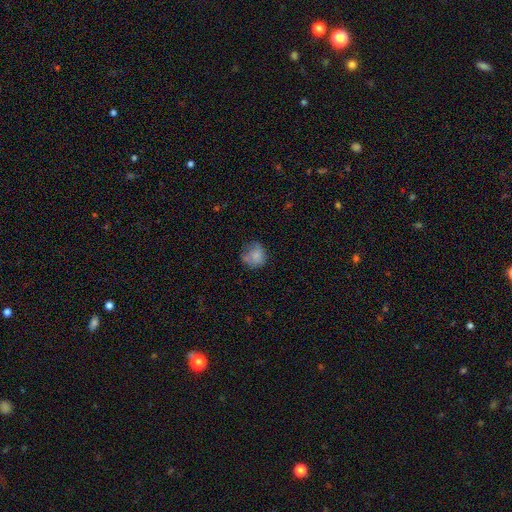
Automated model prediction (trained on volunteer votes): This appears to be a smooth galaxy with no disk features (75%) that is round (79%). Merging: none (55%).